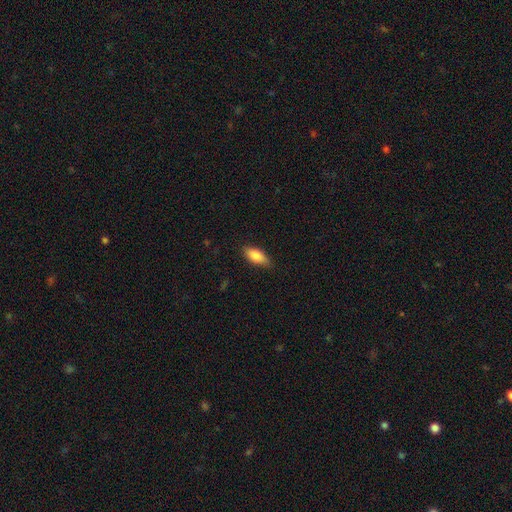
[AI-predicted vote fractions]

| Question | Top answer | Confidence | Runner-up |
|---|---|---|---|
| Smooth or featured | smooth | 85% | featured or disk (9%) |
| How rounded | in between | 80% | cigar-shaped (18%) |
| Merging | none | 80% | minor disturbance (16%) |